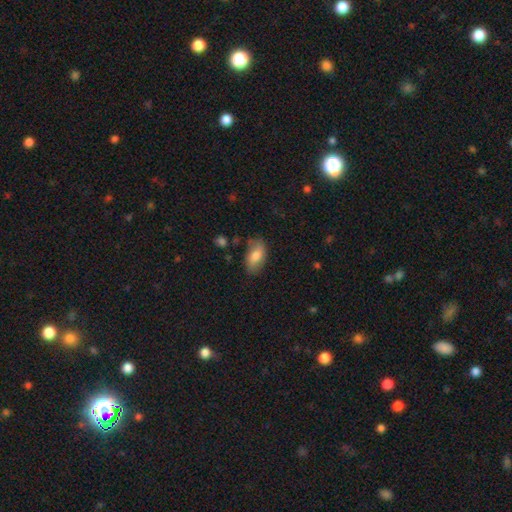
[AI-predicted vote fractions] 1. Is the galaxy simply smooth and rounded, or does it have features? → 77% smooth, 16% featured or disk, 7% star or artifact.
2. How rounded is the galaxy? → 92% in between, 5% round, 3% cigar-shaped.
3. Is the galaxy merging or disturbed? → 74% none, 19% minor disturbance, 5% major disturbance, 2% merger.